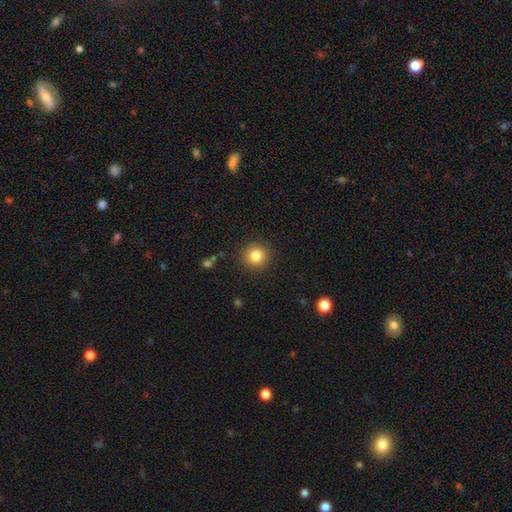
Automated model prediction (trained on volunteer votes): Overall: smooth (83%). How rounded: round (93%). Merging: none (90%).